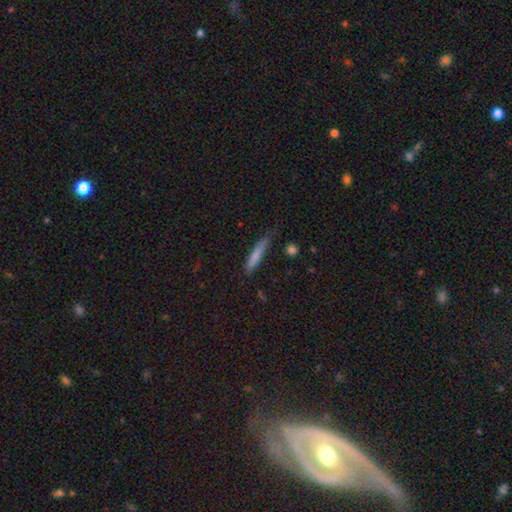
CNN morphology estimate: Overall: smooth (76%). How rounded: cigar-shaped (89%). Merging: none (69%).